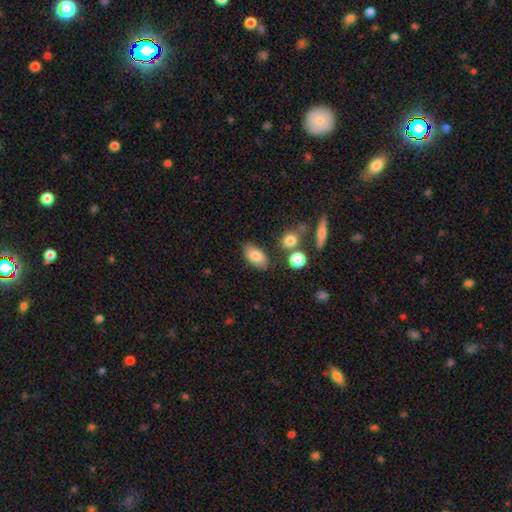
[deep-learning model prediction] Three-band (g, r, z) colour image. It shows a smooth galaxy with no disk features (82%) that is in between round and cigar-shaped (91%). Merging: none (77%).